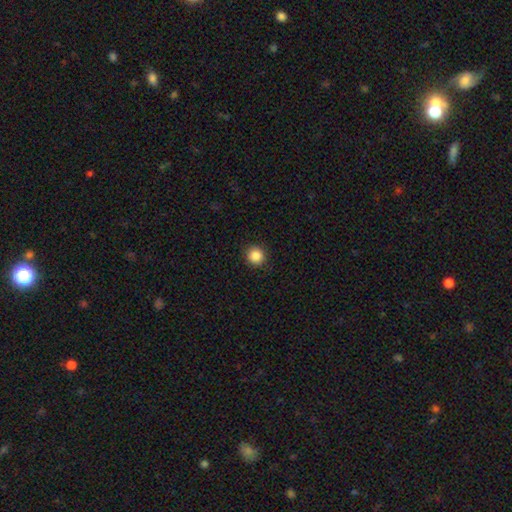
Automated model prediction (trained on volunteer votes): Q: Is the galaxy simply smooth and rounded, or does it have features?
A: smooth — 86%.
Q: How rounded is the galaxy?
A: round — 94%.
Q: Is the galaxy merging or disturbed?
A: none — 92%.